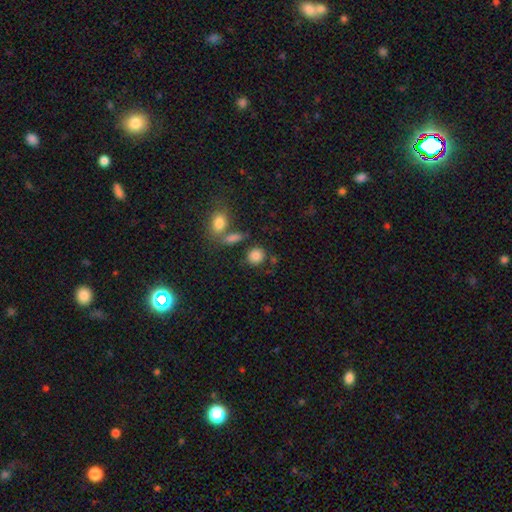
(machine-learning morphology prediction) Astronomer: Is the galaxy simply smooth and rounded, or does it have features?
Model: smooth — 85%.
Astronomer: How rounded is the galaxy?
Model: round — 75%.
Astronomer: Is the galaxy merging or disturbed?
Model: none — 68%.